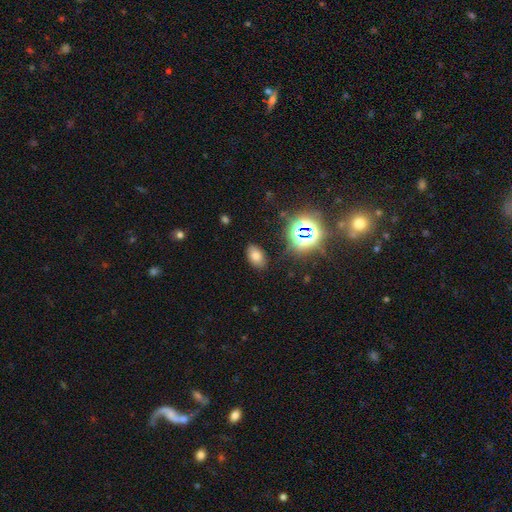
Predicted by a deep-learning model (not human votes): Q: Smooth or featured?
A: smooth (70%); runner-up: star or artifact (21%)
Q: How rounded?
A: in between (90%); runner-up: round (9%)
Q: Merging?
A: none (84%); runner-up: minor disturbance (11%)